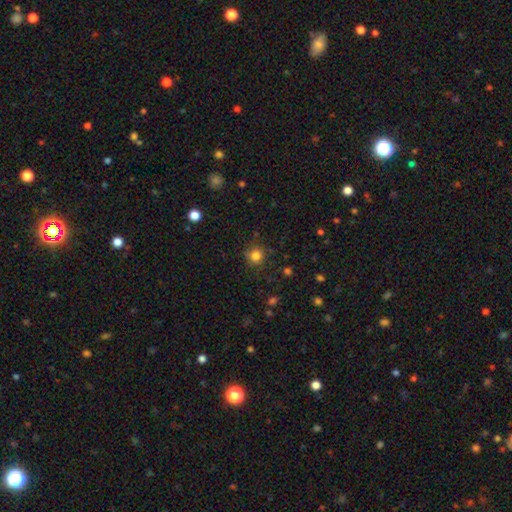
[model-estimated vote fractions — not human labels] The model was most divided on "smooth or featured": smooth: 82%, star or artifact: 13%, featured or disk: 5%. More confident: how rounded — round (91%); merging — none (85%).